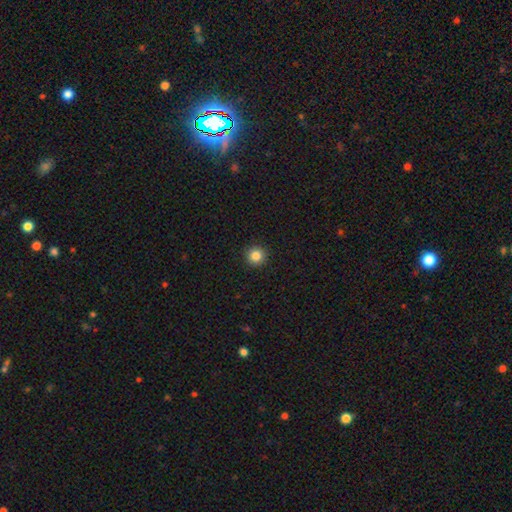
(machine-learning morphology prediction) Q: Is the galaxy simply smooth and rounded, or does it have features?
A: smooth — 84%.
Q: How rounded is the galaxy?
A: round — 96%.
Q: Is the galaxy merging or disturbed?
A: none — 94%.